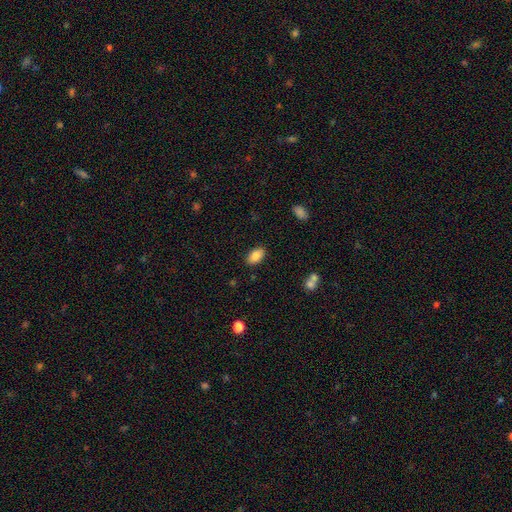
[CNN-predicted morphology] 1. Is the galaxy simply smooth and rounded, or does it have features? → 84% smooth, 8% featured or disk, 8% star or artifact.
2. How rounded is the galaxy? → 92% in between, 5% round, 2% cigar-shaped.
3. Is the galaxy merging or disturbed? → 86% none, 10% minor disturbance, 2% major disturbance, 2% merger.